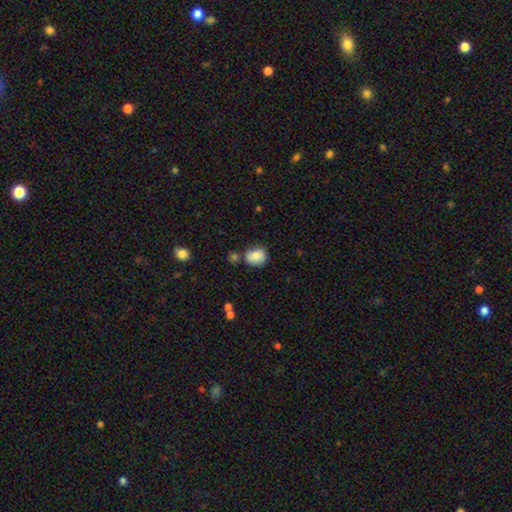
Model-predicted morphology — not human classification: This is clearly a smooth galaxy (82%). How rounded: likely round (66%). Merging: likely none (67%).